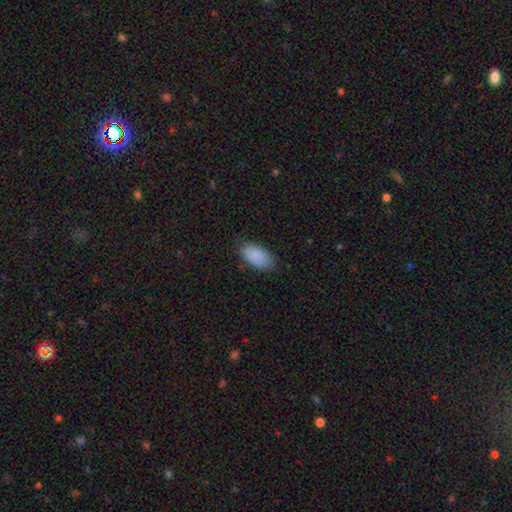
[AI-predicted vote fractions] This is clearly a smooth galaxy (89%). How rounded: clearly in between (94%). Merging: clearly none (82%).